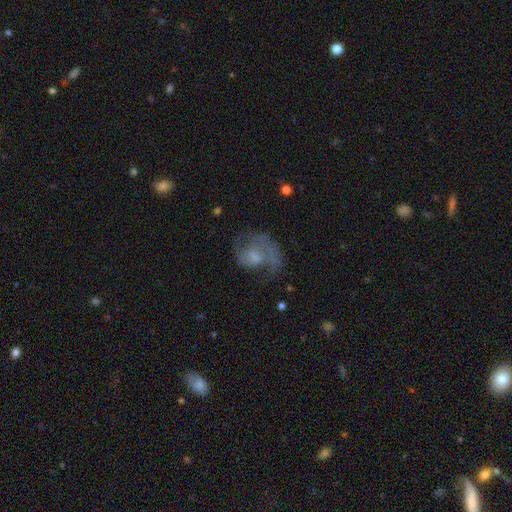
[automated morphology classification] smooth_or_featured: featured or disk (p=0.58) [alt: smooth p=0.31]
disk_edge_on: no (p=0.97) [alt: yes p=0.03]
bar: no (p=0.71) [alt: weak p=0.25]
has_spiral_arms: yes (p=0.71) [alt: no p=0.29]
bulge_size: moderate (p=0.34) [alt: small p=0.32]
merging: major disturbance (p=0.43) [alt: none p=0.34]